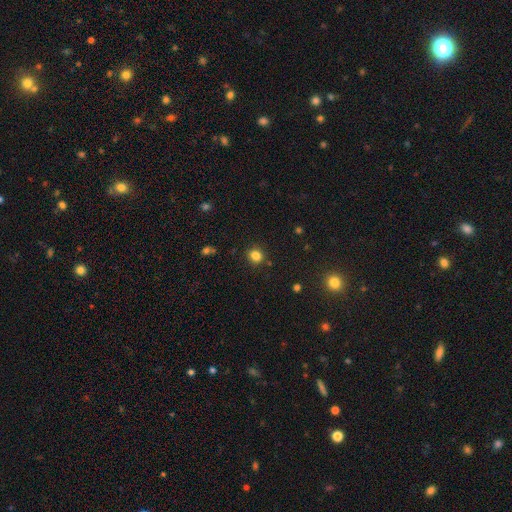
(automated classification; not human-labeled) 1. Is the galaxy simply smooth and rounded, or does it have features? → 82% smooth, 13% star or artifact, 4% featured or disk.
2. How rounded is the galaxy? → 81% round, 18% in between, 1% cigar-shaped.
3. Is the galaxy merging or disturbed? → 87% none, 8% minor disturbance, 2% major disturbance, 2% merger.